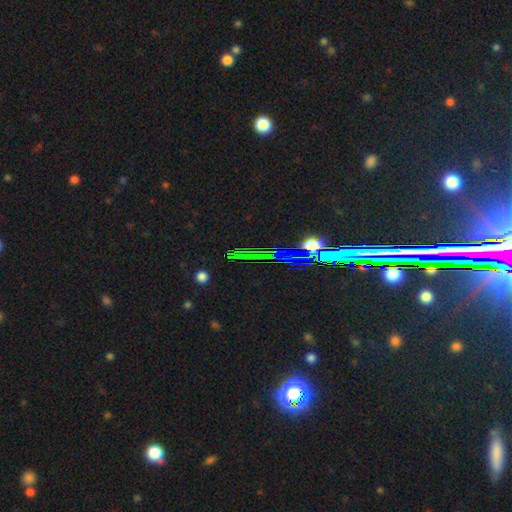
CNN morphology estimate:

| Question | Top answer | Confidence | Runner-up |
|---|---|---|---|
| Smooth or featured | star or artifact | 77% | smooth (13%) |